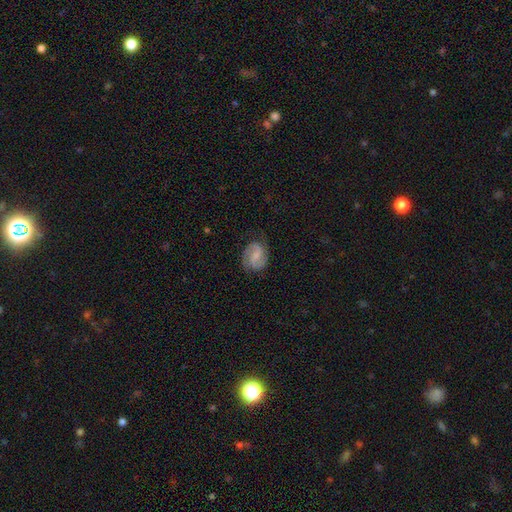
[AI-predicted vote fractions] Q: Smooth or featured?
A: featured or disk (81%); runner-up: smooth (14%)
Q: Edge-on disk?
A: no (98%); runner-up: yes (2%)
Q: Bar?
A: weak (51%); runner-up: no (32%)
Q: Spiral arms?
A: yes (97%); runner-up: no (3%)
Q: Spiral winding?
A: medium (52%); runner-up: tight (32%)
Q: Spiral arm count?
A: 2 (91%); runner-up: can't tell (4%)
Q: Bulge size?
A: small (47%); runner-up: moderate (25%)
Q: Merging?
A: none (79%); runner-up: minor disturbance (15%)